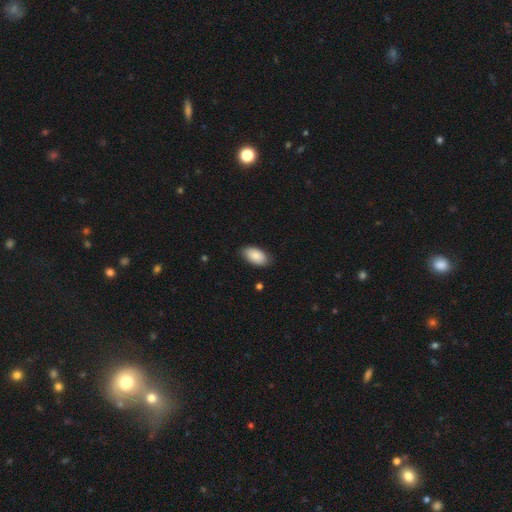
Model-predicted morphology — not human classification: smooth 88%, star or artifact 6%, featured or disk 6%. Down the decision tree: how rounded — in between (95%); merging — none (84%).